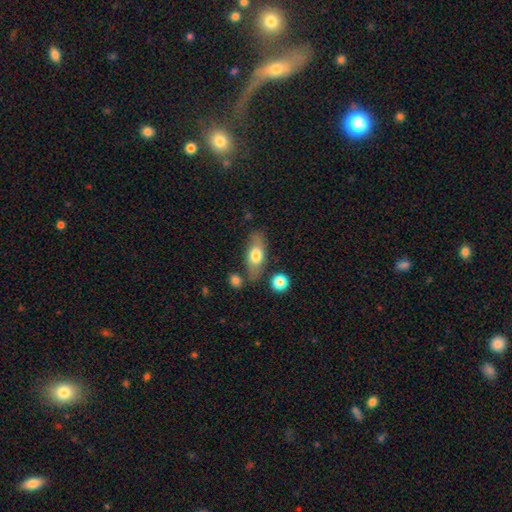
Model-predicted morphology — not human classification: type=smooth (67%); roundness=in between (76%); merging=none (73%).